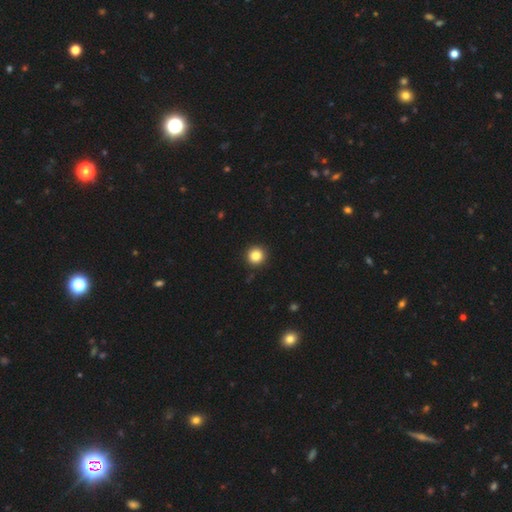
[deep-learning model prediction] smooth_or_featured: smooth (p=0.85) [alt: star or artifact p=0.11]
how_rounded: round (p=0.95) [alt: in between p=0.04]
merging: none (p=0.92) [alt: minor disturbance p=0.05]